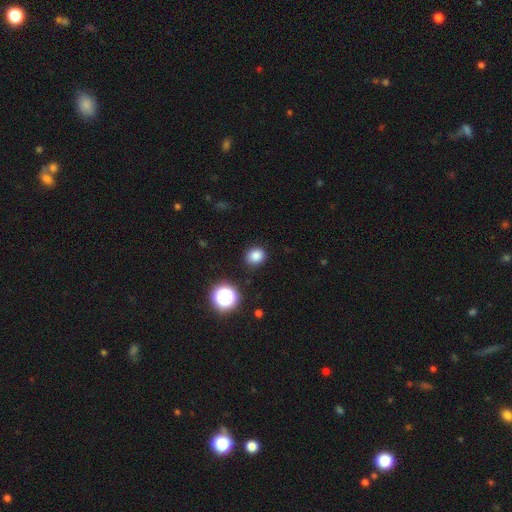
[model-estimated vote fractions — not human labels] Overall: smooth (82%). How rounded: round (72%). Merging: none (89%).